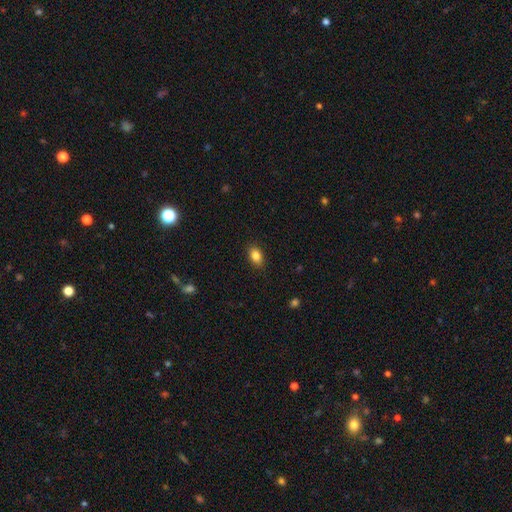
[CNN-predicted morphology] type=smooth (85%); roundness=in between (83%); merging=none (88%).